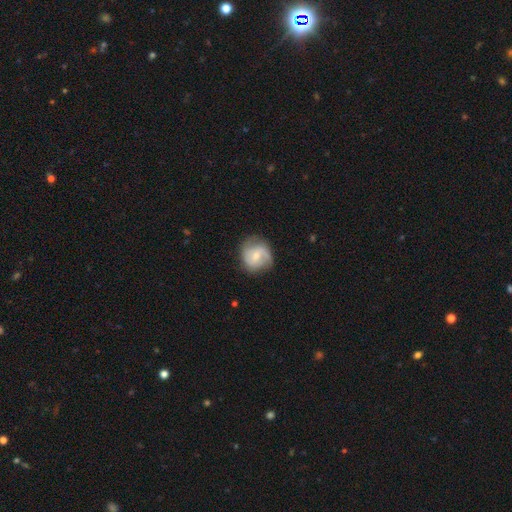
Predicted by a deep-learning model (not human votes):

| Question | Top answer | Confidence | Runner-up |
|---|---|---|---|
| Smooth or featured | featured or disk | 57% | smooth (36%) |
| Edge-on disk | no | 98% | yes (2%) |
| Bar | weak | 46% | no (45%) |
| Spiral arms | yes | 89% | no (11%) |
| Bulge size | small | 50% | moderate (42%) |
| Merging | none | 73% | minor disturbance (19%) |